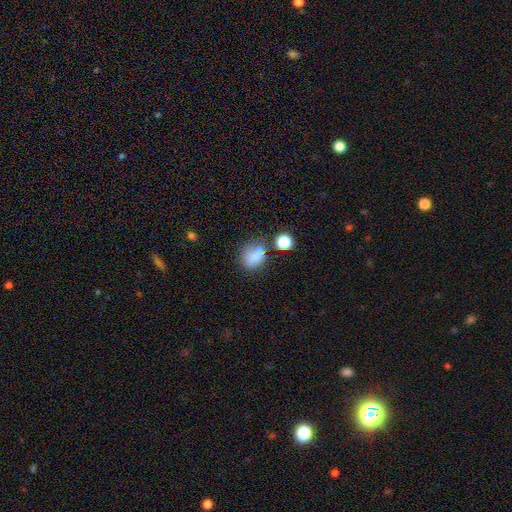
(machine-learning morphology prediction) Smooth or featured: smooth — 75% (star or artifact — 15%)
How rounded: in between — 61% (round — 37%)
Merging: none — 48% (minor disturbance — 24%)